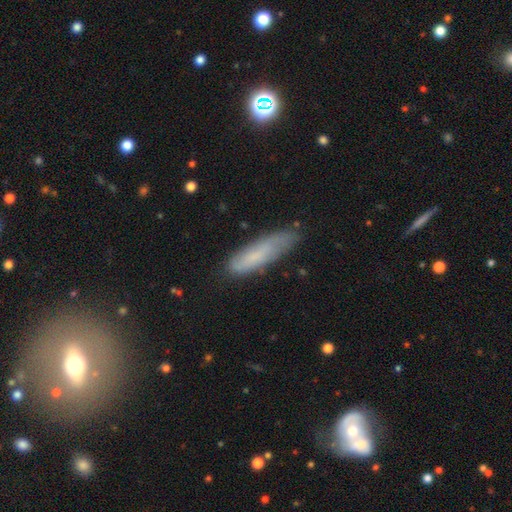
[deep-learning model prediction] smooth 69%, featured or disk 22%, star or artifact 9%. Down the decision tree: how rounded — cigar-shaped (69%); merging — none (68%).